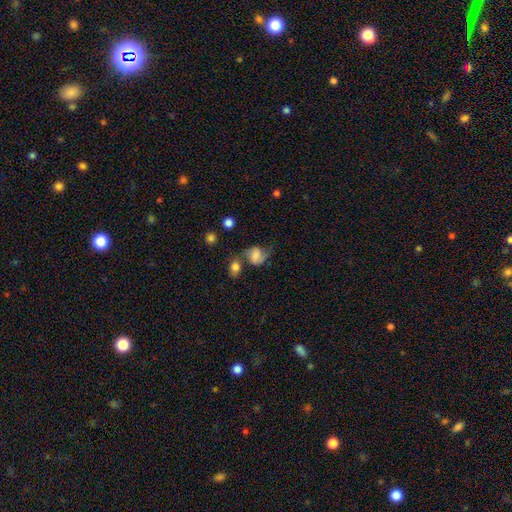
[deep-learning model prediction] Smooth or featured? featured or disk (49%)
Merging? none (42%)